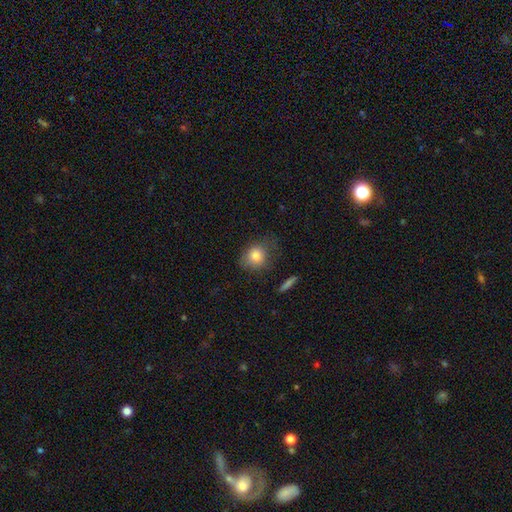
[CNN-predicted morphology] smooth-or-featured: smooth: 82% | featured or disk: 9% | star or artifact: 9%
  how-rounded: round: 60% | in between: 38% | cigar-shaped: 1%
  merging: none: 61% | minor disturbance: 27% | major disturbance: 10% | merger: 2%